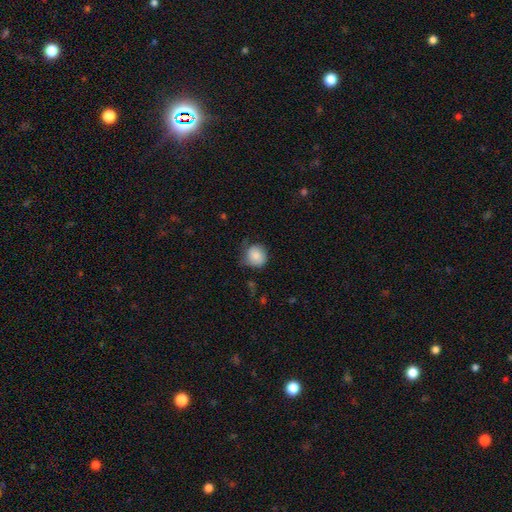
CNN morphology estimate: Smooth or featured? smooth (83%)
How rounded? round (86%)
Merging? none (57%)